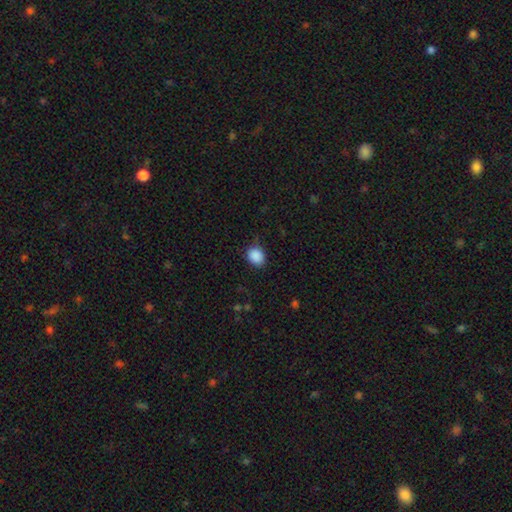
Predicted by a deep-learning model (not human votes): A smooth galaxy with no disk features (89%) that is round (55%). Merging: none (80%).